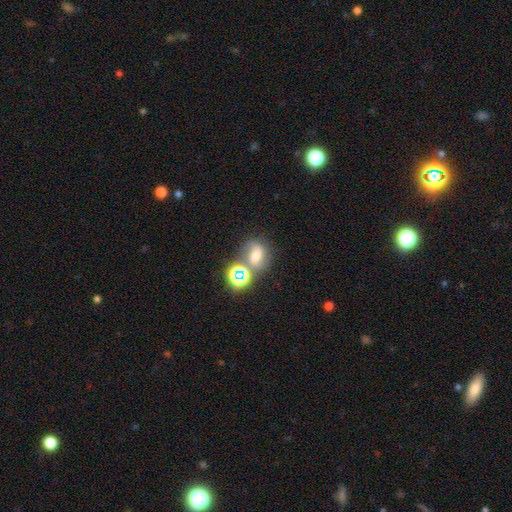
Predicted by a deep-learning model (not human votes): This appears to be a smooth galaxy with no disk features (39%). Merging: none (50%).